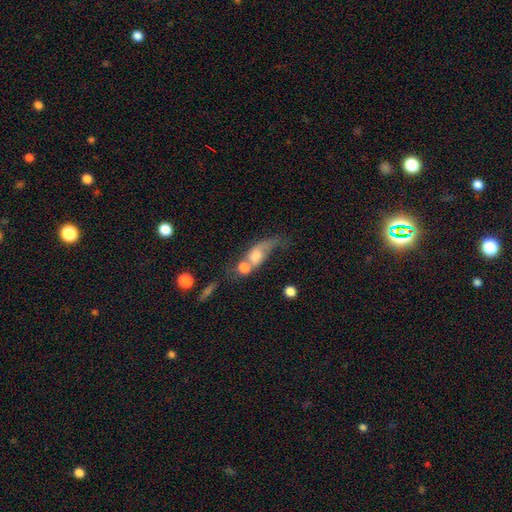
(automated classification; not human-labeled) Smooth or featured? smooth (52%)
How rounded? in between (57%)
Merging? merger (59%)